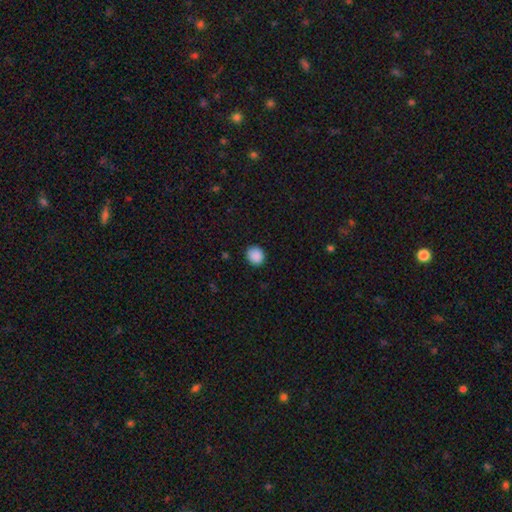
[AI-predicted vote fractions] Smooth or featured?
  - smooth: 89% *
  - star or artifact: 9%
  - featured or disk: 2%
How rounded?
  - round: 85% *
  - in between: 14%
  - cigar-shaped: 1%
Merging?
  - none: 90% *
  - minor disturbance: 7%
  - major disturbance: 2%
  - merger: 1%